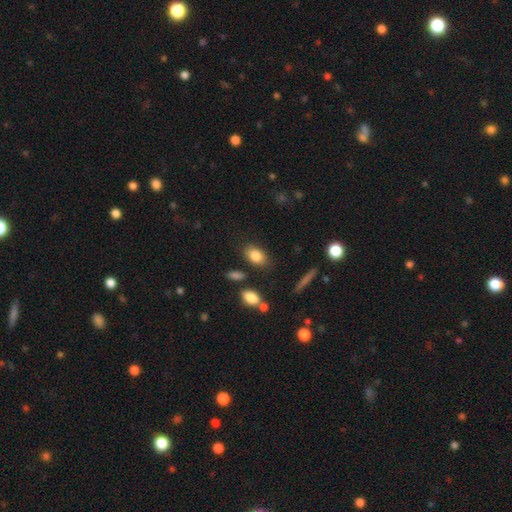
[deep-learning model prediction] Smooth or featured? smooth (83%)
How rounded? in between (84%)
Merging? none (81%)